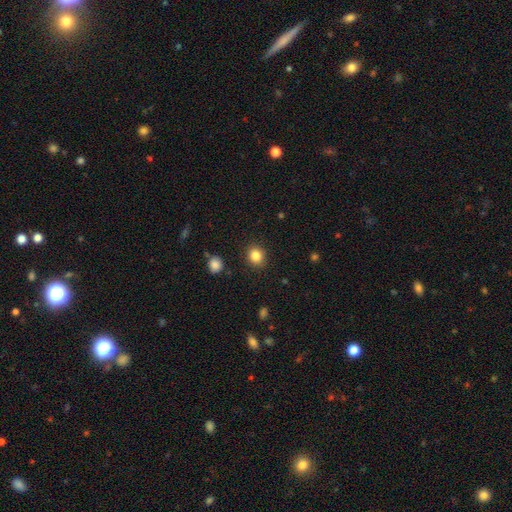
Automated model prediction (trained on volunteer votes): smooth-or-featured: smooth: 85% | star or artifact: 10% | featured or disk: 5%
  how-rounded: round: 69% | in between: 31% | cigar-shaped: 1%
  merging: none: 89% | minor disturbance: 7% | major disturbance: 2% | merger: 1%